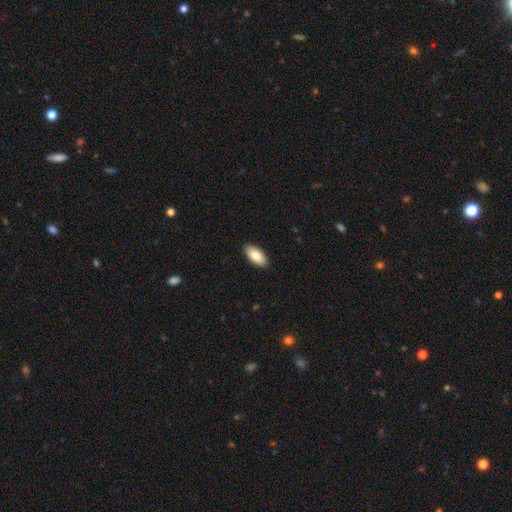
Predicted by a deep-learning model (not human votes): A smooth galaxy with no disk features (84%) that is in between round and cigar-shaped (92%). Merging: none (90%).